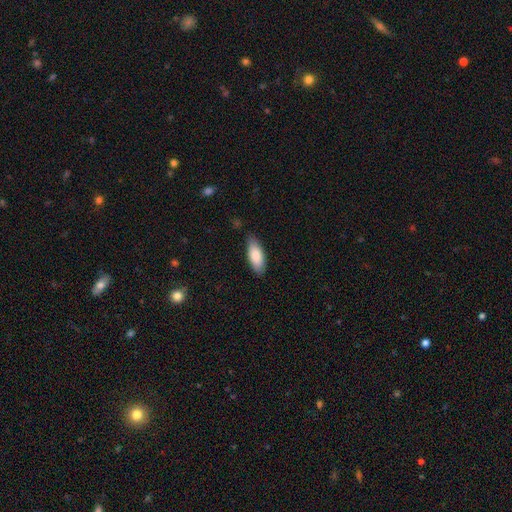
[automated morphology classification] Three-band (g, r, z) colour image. It shows a smooth galaxy with no disk features (84%) that is in between round and cigar-shaped (79%). Merging: none (83%).